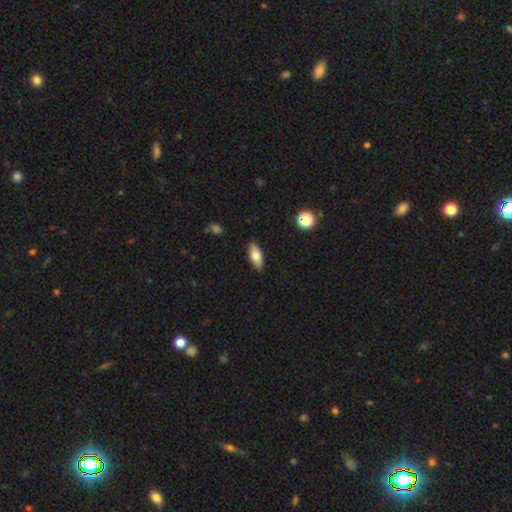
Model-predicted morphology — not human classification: Overall: smooth (76%). How rounded: in between (78%). Merging: none (88%).